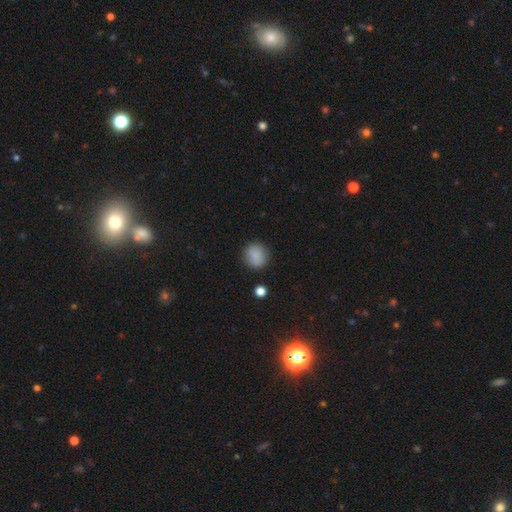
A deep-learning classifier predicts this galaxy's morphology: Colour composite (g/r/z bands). It shows a smooth galaxy with no disk features (87%) that is round (86%). Merging: none (87%).